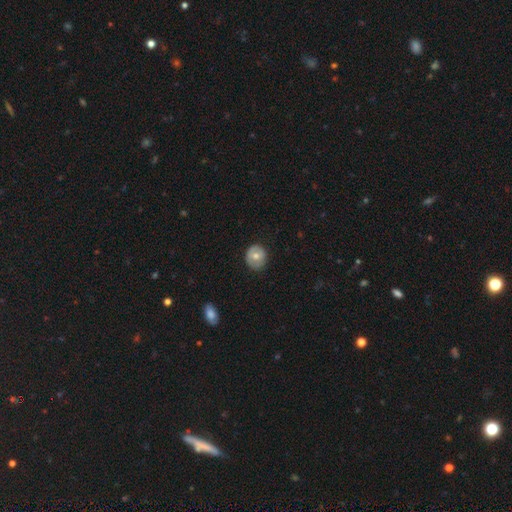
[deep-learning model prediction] A smooth galaxy with no disk features (65%) that is round (82%).

Vote fractions:
- Smooth or featured? smooth: 65% / featured or disk: 28% / star or artifact: 7%
- How rounded? round: 82% / in between: 17% / cigar-shaped: 1%
- Merging? none: 81% / minor disturbance: 15% / major disturbance: 3% / merger: 1%